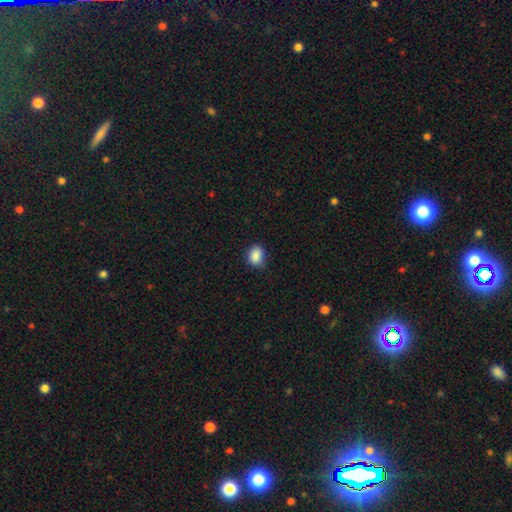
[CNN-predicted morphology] This is clearly a smooth galaxy (88%). How rounded: likely in between (62%). Merging: likely none (78%).